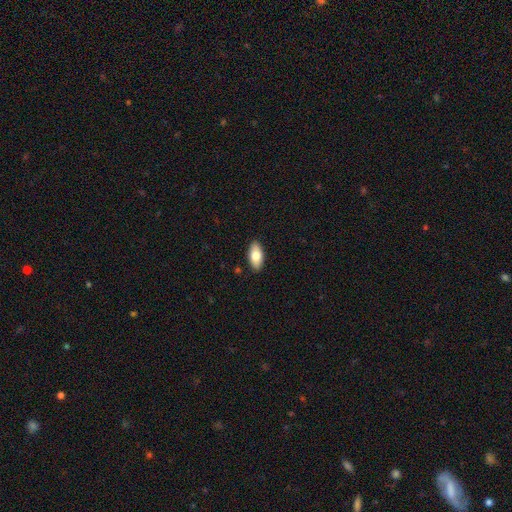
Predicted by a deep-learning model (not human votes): This appears to be a smooth galaxy with no disk features (79%) that is in between round and cigar-shaped (90%). Merging: none (89%).